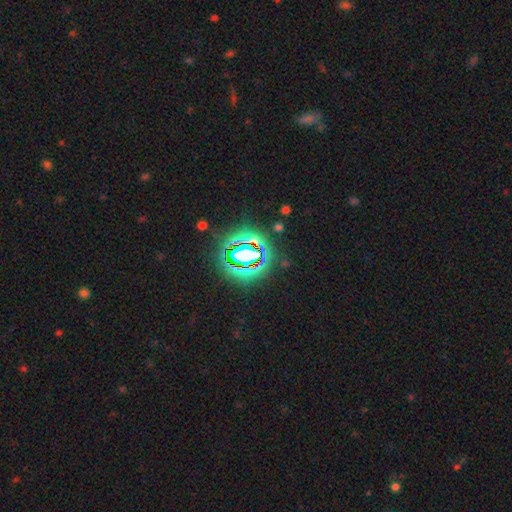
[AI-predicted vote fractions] The model was most divided on "smooth or featured": star or artifact: 81%, smooth: 11%, featured or disk: 8%.